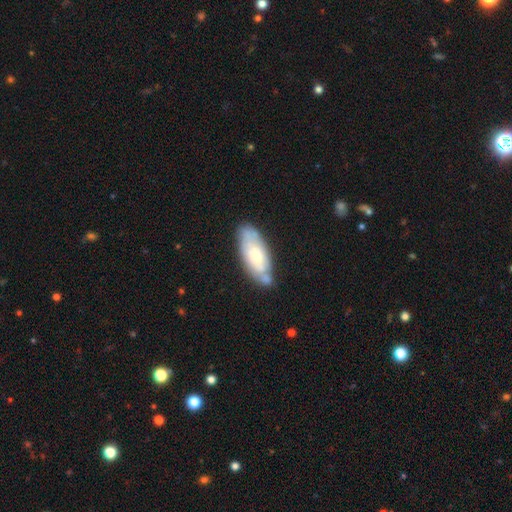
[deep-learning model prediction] Smooth or featured: smooth — 51% (featured or disk — 43%)
How rounded: in between — 77% (cigar-shaped — 21%)
Merging: none — 63% (minor disturbance — 22%)